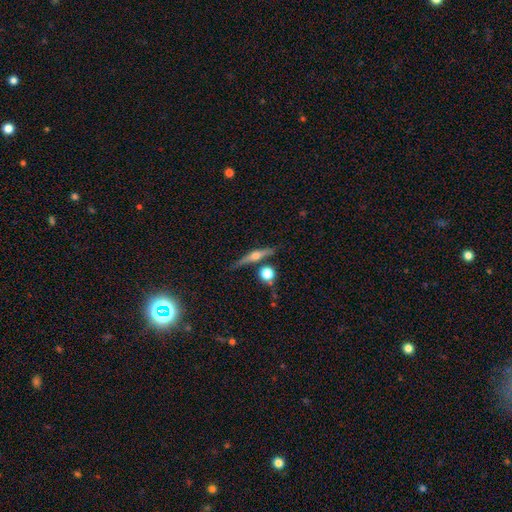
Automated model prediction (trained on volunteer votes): Smooth or featured?
  - featured or disk: 72% *
  - smooth: 21%
  - star or artifact: 8%
Edge-on disk?
  - yes: 97% *
  - no: 3%
Edge-on bulge?
  - rounded: 93% *
  - boxy: 4%
  - none: 3%
Merging?
  - none: 77% *
  - merger: 10%
  - minor disturbance: 10%
  - major disturbance: 3%